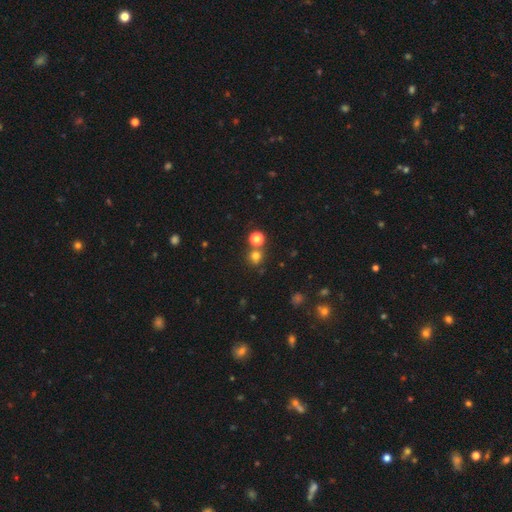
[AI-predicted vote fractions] Smooth or featured? Predicted: smooth (p=0.72). How rounded? Predicted: round (p=0.89). Merging? Predicted: none (p=0.69).